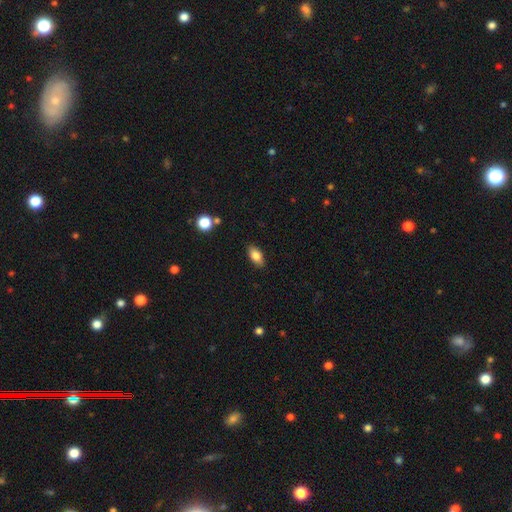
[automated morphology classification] The model was most divided on "smooth or featured": smooth: 83%, featured or disk: 10%, star or artifact: 8%. More confident: how rounded — in between (89%); merging — none (86%).